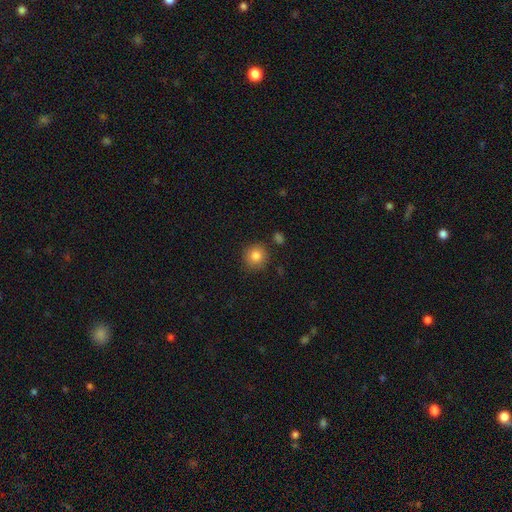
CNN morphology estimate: Smooth or featured? smooth (84%)
How rounded? round (93%)
Merging? none (87%)